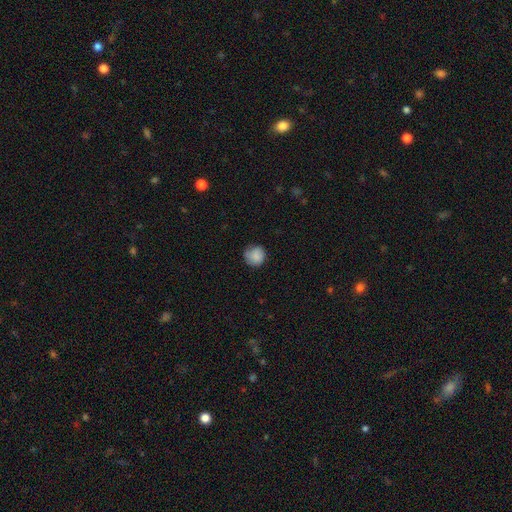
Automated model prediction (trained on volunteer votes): This appears to be a smooth galaxy with no disk features (84%) that is round (89%). Merging: none (69%).